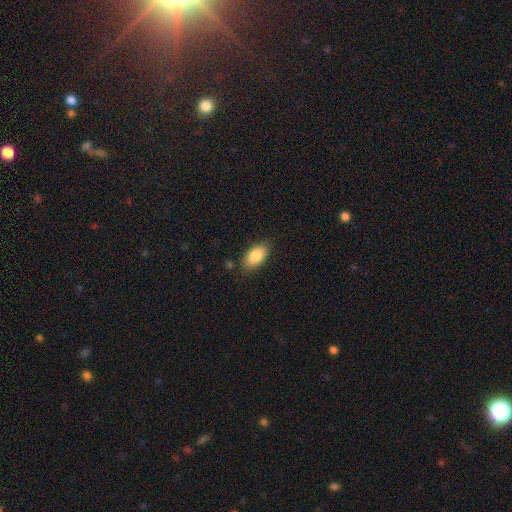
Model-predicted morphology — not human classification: The model was most divided on "merging": none: 83%, minor disturbance: 13%, major disturbance: 3%, merger: 2%. More confident: how rounded — in between (92%); smooth or featured — smooth (86%).